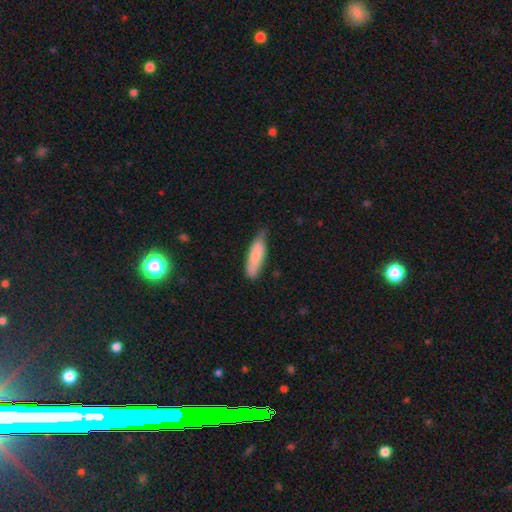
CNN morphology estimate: Smooth or featured?
  - smooth: 78% *
  - featured or disk: 16%
  - star or artifact: 6%
How rounded?
  - cigar-shaped: 56% *
  - in between: 42%
  - round: 2%
Merging?
  - none: 56% *
  - minor disturbance: 36%
  - major disturbance: 6%
  - merger: 2%